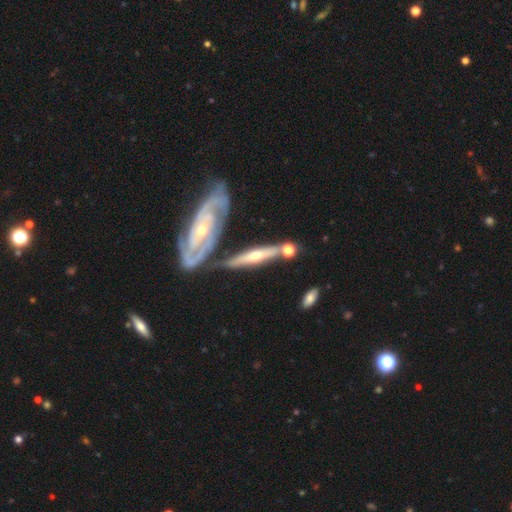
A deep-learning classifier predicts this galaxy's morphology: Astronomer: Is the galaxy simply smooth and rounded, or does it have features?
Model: featured or disk — 76%.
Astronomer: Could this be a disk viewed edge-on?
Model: yes — 69%.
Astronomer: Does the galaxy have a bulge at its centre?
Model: rounded — 87%.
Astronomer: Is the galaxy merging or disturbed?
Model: none — 63%.